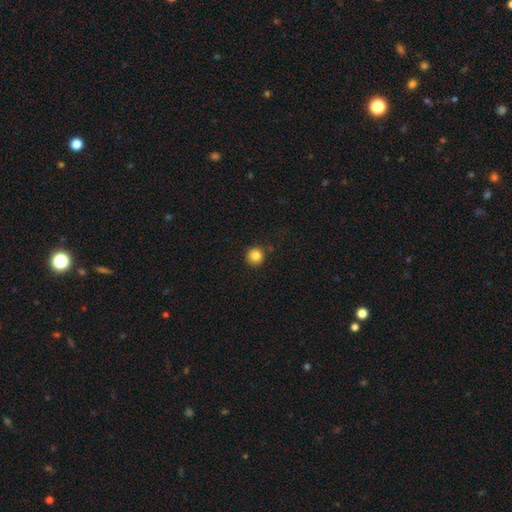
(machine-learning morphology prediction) Overall: smooth (84%). How rounded: round (95%). Merging: none (89%).